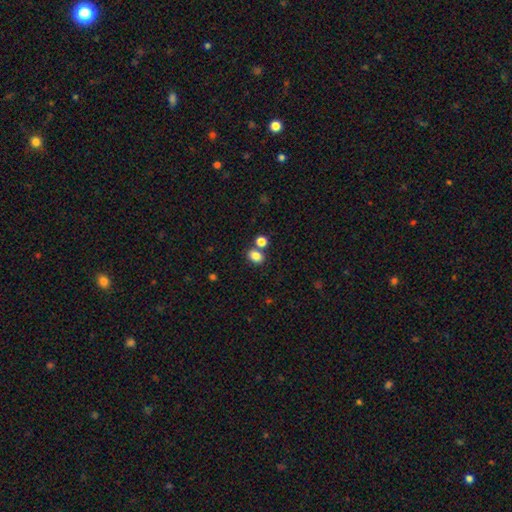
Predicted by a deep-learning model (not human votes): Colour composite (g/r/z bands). It shows a smooth galaxy with no disk features (83%) that is in between round and cigar-shaped (59%). Merging: none (64%).